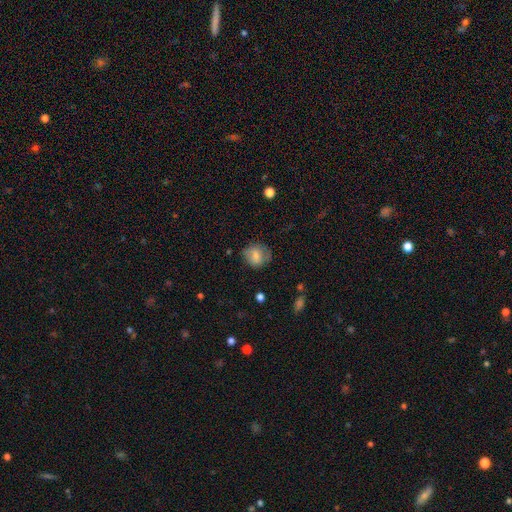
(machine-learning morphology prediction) The model was most divided on "how rounded": round: 66%, in between: 32%, cigar-shaped: 1%. More confident: smooth or featured — smooth (73%); merging — none (66%).